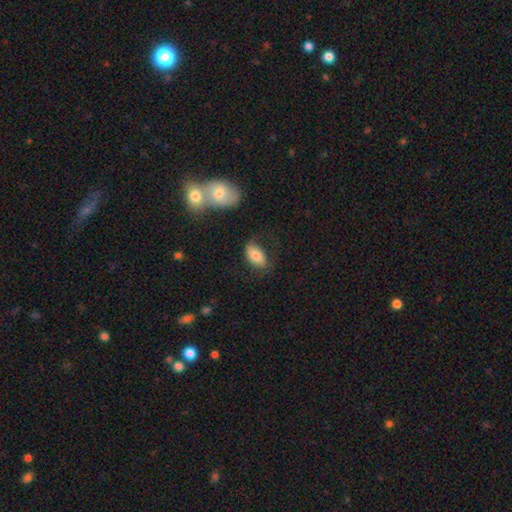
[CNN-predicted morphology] A smooth galaxy with no disk features (73%) that is in between round and cigar-shaped (92%).

Vote fractions:
- Smooth or featured? smooth: 73% / featured or disk: 19% / star or artifact: 7%
- How rounded? in between: 92% / round: 5% / cigar-shaped: 3%
- Merging? none: 64% / minor disturbance: 22% / major disturbance: 10% / merger: 4%